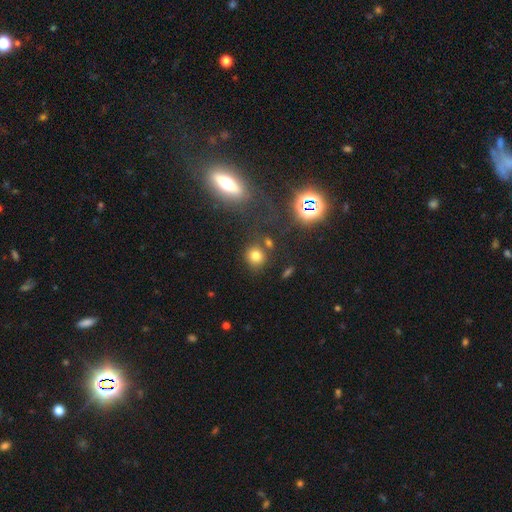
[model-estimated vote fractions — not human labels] A smooth galaxy with no disk features (73%) that is round (81%). Merging: none (75%).